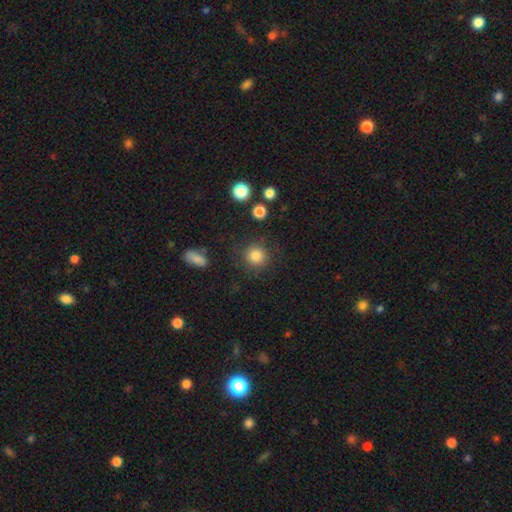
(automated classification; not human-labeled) Smooth or featured?
  - smooth: 83% *
  - star or artifact: 11%
  - featured or disk: 6%
How rounded?
  - round: 91% *
  - in between: 8%
  - cigar-shaped: 1%
Merging?
  - none: 84% *
  - minor disturbance: 9%
  - major disturbance: 4%
  - merger: 2%